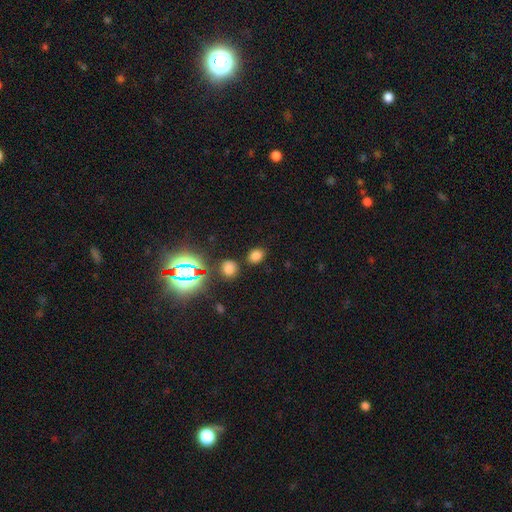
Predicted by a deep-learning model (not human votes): This appears to be a smooth galaxy with no disk features (73%) that is in between round and cigar-shaped (65%). Merging: none (79%).